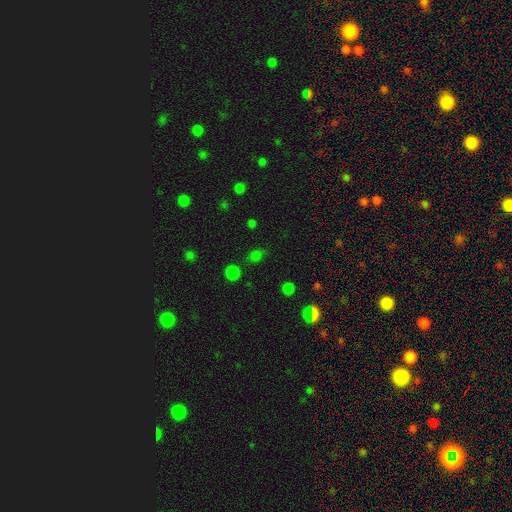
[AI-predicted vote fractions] Smooth or featured: smooth — 63% (star or artifact — 31%)
How rounded: round — 60% (in between — 38%)
Merging: none — 76% (minor disturbance — 14%)